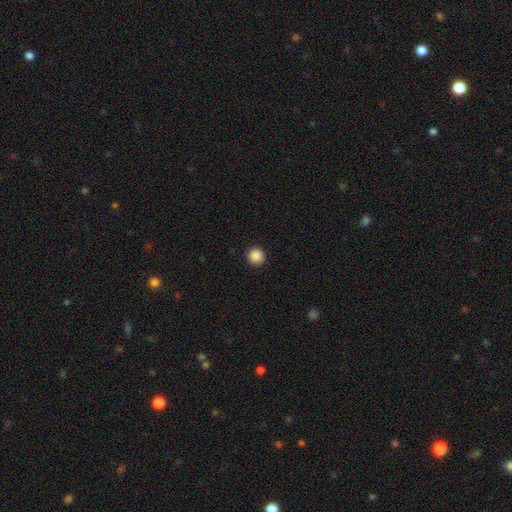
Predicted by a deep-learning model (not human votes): A smooth galaxy with no disk features (88%) that is round (94%).

Vote fractions:
- Smooth or featured? smooth: 88% / star or artifact: 9% / featured or disk: 2%
- How rounded? round: 94% / in between: 5% / cigar-shaped: 1%
- Merging? none: 92% / minor disturbance: 5% / major disturbance: 2% / merger: 1%